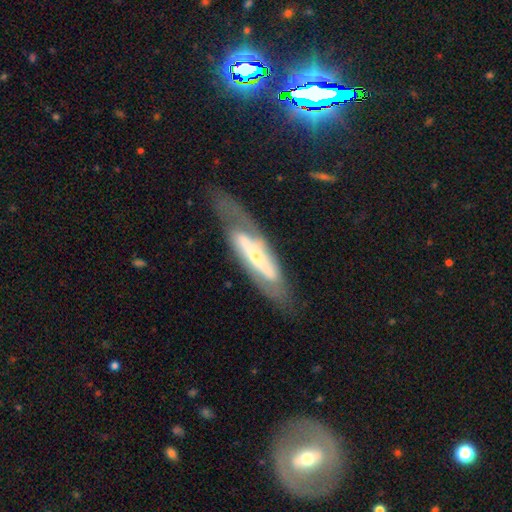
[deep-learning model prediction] A featured or disk galaxy (73%). Merging: none (63%).